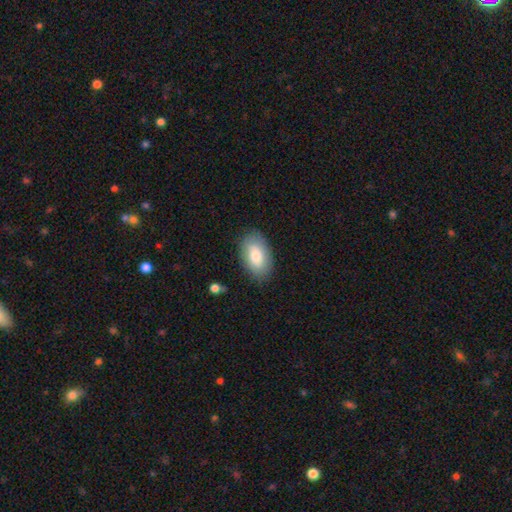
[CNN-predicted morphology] smooth_or_featured: smooth (p=0.77) [alt: featured or disk p=0.17]
how_rounded: in between (p=0.93) [alt: round p=0.06]
merging: none (p=0.84) [alt: minor disturbance p=0.12]